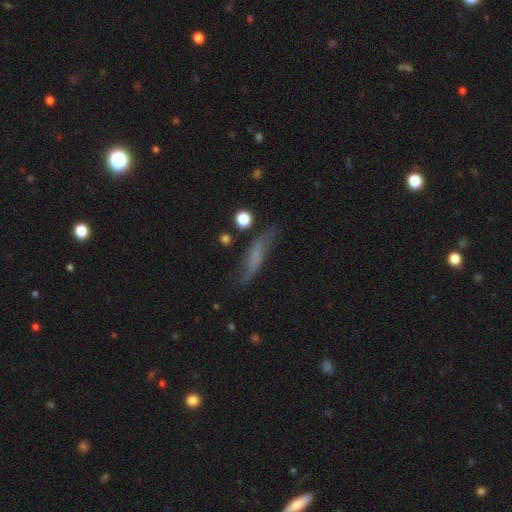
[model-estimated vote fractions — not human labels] A smooth galaxy with no disk features (45%).

Vote fractions:
- Smooth or featured? smooth: 45% / featured or disk: 43% / star or artifact: 12%
- Merging? none: 63% / minor disturbance: 24% / major disturbance: 9% / merger: 4%